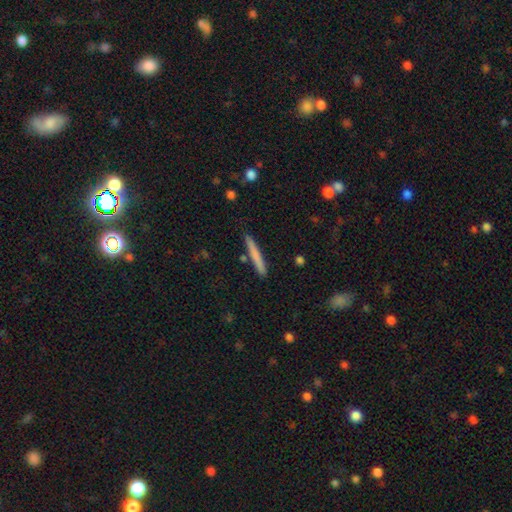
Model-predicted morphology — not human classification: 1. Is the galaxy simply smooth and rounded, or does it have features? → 71% smooth, 23% featured or disk, 6% star or artifact.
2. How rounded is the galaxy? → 96% cigar-shaped, 2% in between, 1% round.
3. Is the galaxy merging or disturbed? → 88% none, 8% minor disturbance, 3% merger, 2% major disturbance.